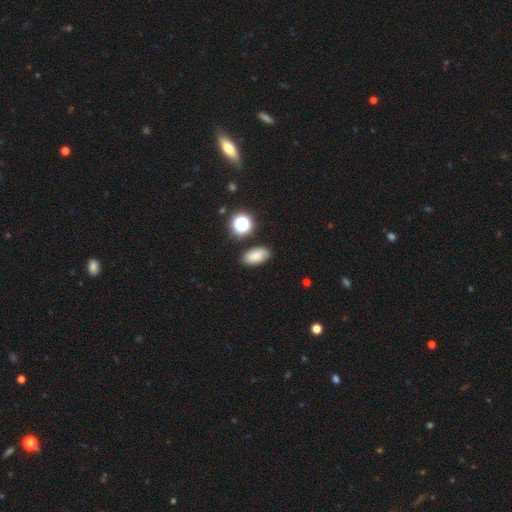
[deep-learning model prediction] smooth-or-featured: smooth: 75% | star or artifact: 13% | featured or disk: 12%
  how-rounded: in between: 90% | round: 8% | cigar-shaped: 2%
  merging: none: 83% | minor disturbance: 12% | merger: 3% | major disturbance: 3%